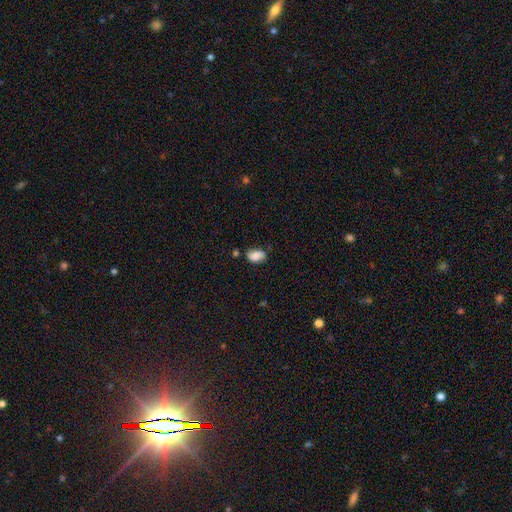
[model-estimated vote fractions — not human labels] Smooth or featured?
  - smooth: 79% *
  - featured or disk: 12%
  - star or artifact: 9%
How rounded?
  - in between: 86% *
  - round: 13%
  - cigar-shaped: 2%
Merging?
  - none: 53% *
  - minor disturbance: 32%
  - major disturbance: 8%
  - merger: 6%